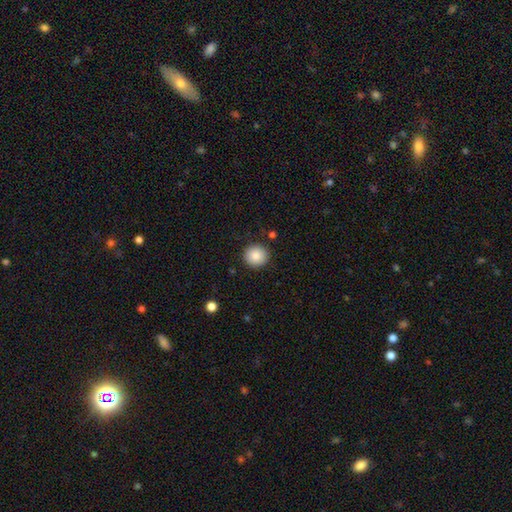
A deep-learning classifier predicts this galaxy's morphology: This appears to be a smooth galaxy with no disk features (87%) that is round (93%). Merging: none (91%).